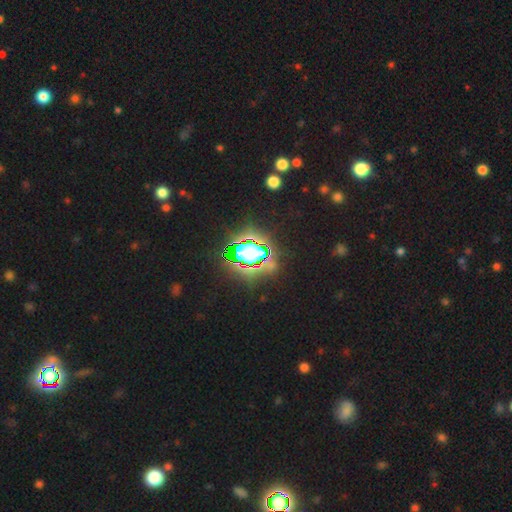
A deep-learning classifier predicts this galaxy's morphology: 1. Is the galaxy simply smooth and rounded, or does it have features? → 73% star or artifact, 15% smooth, 12% featured or disk.